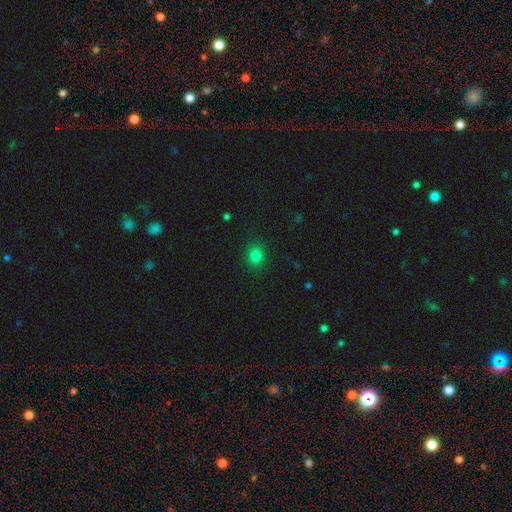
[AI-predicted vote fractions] This appears to be a smooth galaxy with no disk features (81%) that is round (77%). Merging: none (89%).